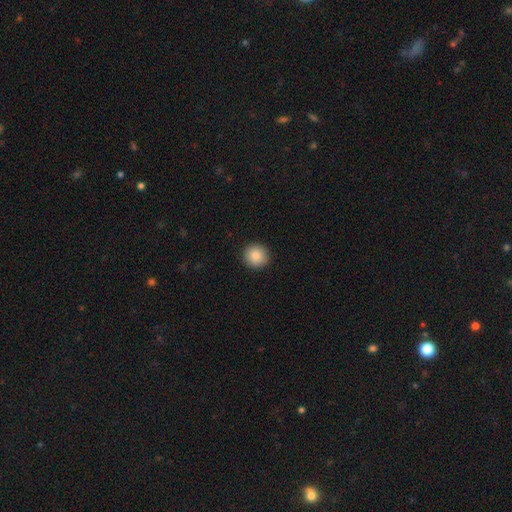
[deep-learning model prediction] Morphology: type=smooth (88%); roundness=round (94%); merging=none (92%).